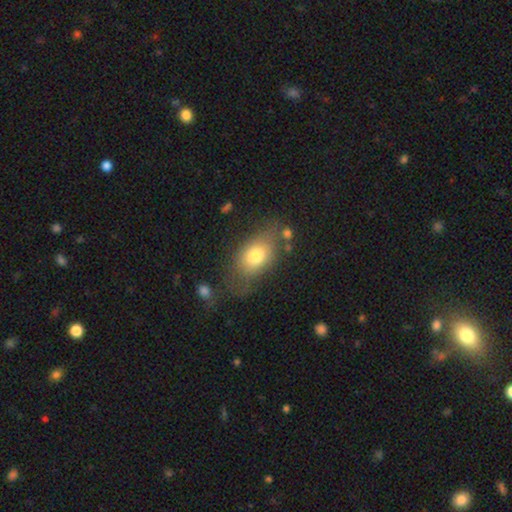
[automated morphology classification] This is likely a smooth galaxy (71%). How rounded: clearly in between (81%). Merging: possibly none (55%).